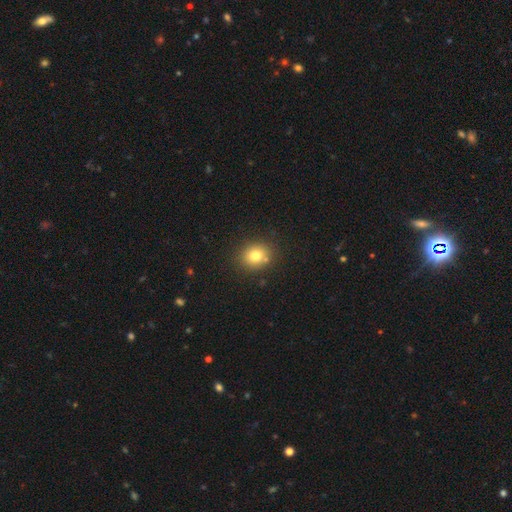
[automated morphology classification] A smooth galaxy with no disk features (77%) that is round (71%).

Vote fractions:
- Smooth or featured? smooth: 77% / star or artifact: 13% / featured or disk: 10%
- How rounded? round: 71% / in between: 28% / cigar-shaped: 1%
- Merging? none: 80% / minor disturbance: 10% / merger: 6% / major disturbance: 3%